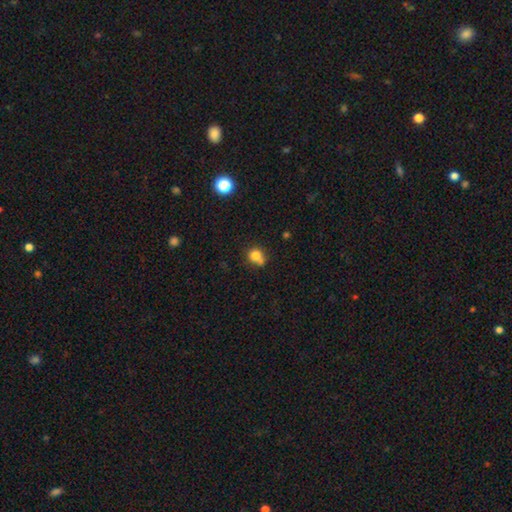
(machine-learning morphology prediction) This appears to be a smooth galaxy with no disk features (77%) that is round (78%). Merging: none (46%).